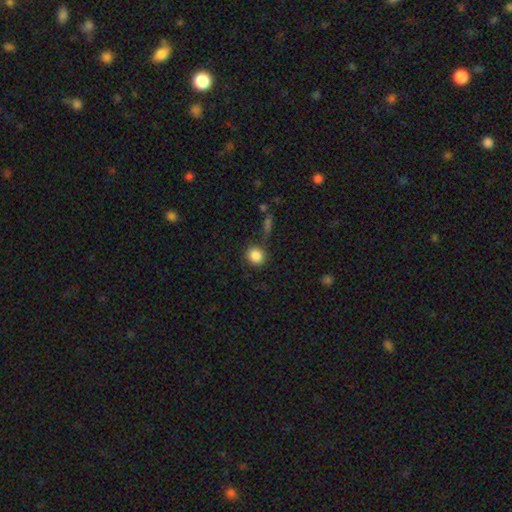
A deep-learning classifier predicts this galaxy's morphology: Q: Smooth or featured?
A: smooth (86%); runner-up: star or artifact (10%)
Q: How rounded?
A: round (84%); runner-up: in between (15%)
Q: Merging?
A: none (79%); runner-up: minor disturbance (12%)